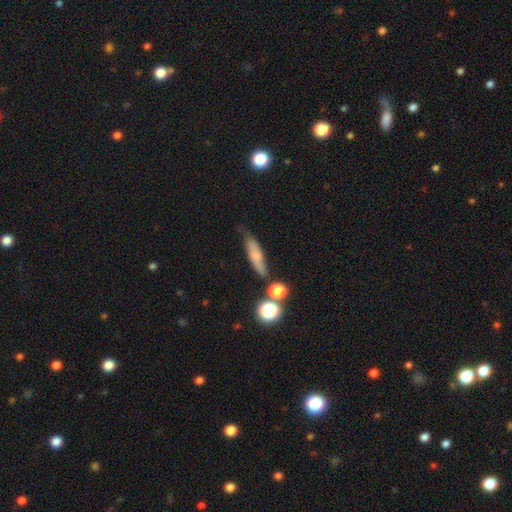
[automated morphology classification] type=smooth (63%); roundness=cigar-shaped (66%); merging=none (62%).